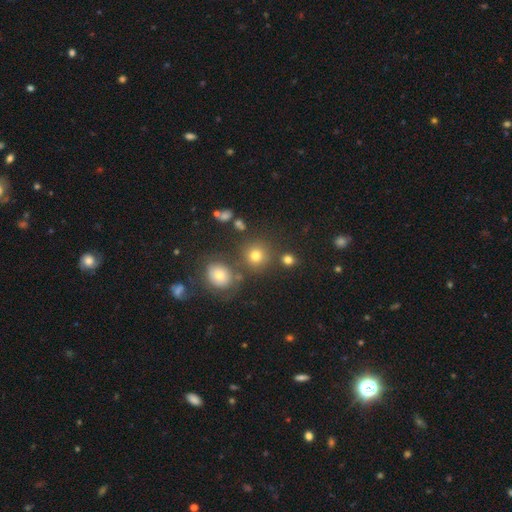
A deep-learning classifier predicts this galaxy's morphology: This is likely a smooth galaxy (73%). How rounded: clearly round (89%). Merging: likely none (76%).